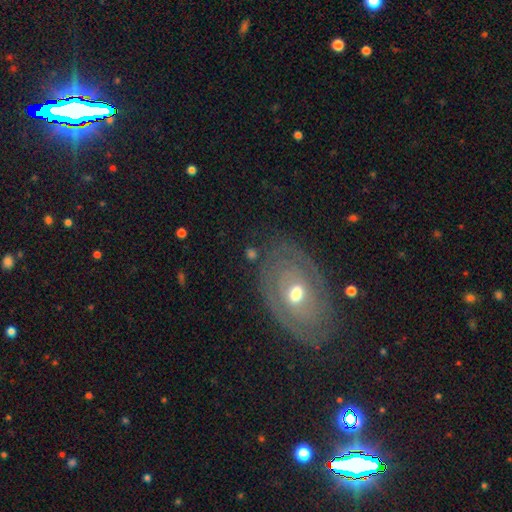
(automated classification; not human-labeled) The model was most divided on "spiral arms": yes: 64%, no: 36%. More confident: edge-on disk — no (93%); merging — none (78%); bar — no (73%); smooth or featured — featured or disk (69%); bulge size — moderate (68%).